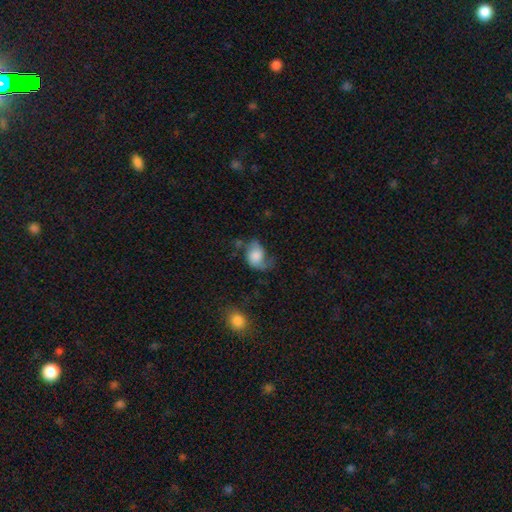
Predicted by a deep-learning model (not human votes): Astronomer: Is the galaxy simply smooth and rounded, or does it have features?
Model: smooth — 59%.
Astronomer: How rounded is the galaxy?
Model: in between — 68%.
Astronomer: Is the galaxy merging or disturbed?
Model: none — 33% (runner-up: minor disturbance, 31%).